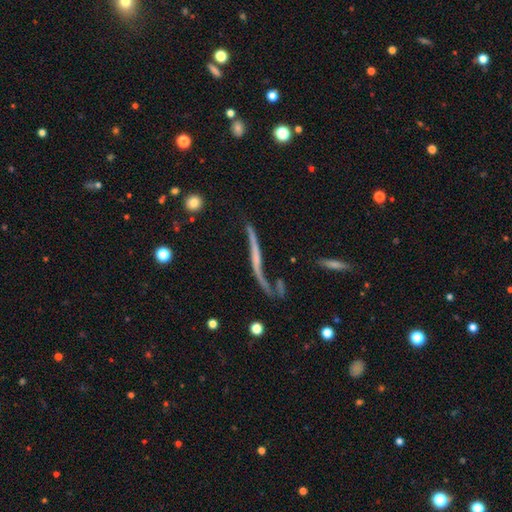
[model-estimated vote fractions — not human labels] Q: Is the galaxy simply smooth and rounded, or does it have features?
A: featured or disk — 70%.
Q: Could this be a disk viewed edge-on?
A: yes — 65%.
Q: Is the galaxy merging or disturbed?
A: none — 45%.